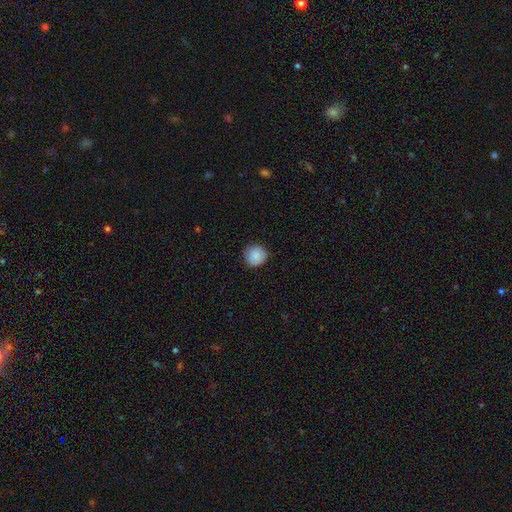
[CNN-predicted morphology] Smooth or featured? Predicted: smooth (p=0.88). How rounded? Predicted: round (p=0.93). Merging? Predicted: none (p=0.87).